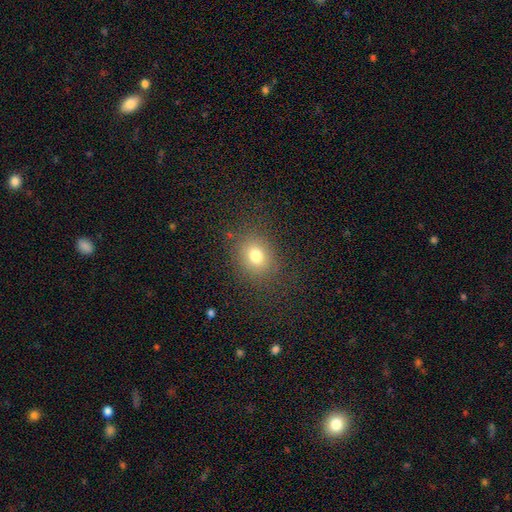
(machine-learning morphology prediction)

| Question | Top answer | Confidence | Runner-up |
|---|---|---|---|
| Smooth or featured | smooth | 77% | star or artifact (14%) |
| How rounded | round | 61% | in between (38%) |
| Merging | none | 81% | minor disturbance (12%) |